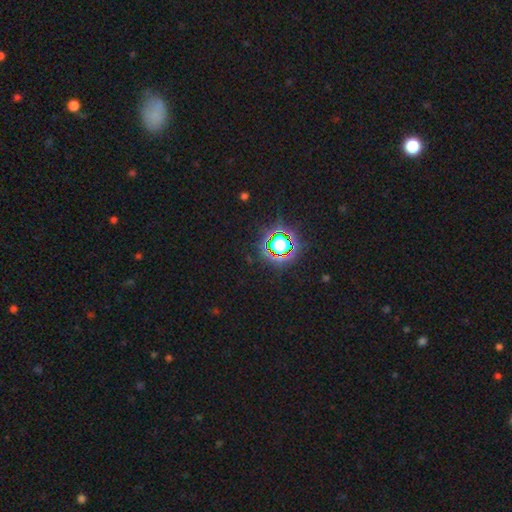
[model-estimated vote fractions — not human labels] Smooth or featured? Predicted: star or artifact (p=0.79).